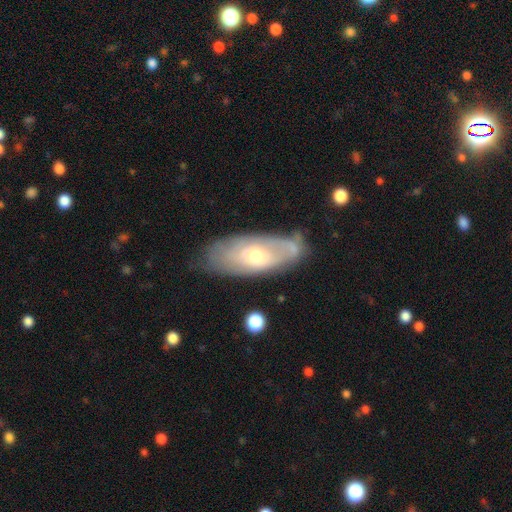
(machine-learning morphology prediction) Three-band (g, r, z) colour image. It shows a featured or disk galaxy (59%). Merging: none (69%).